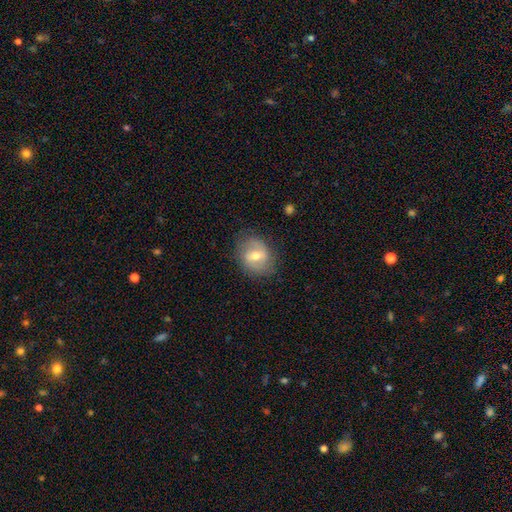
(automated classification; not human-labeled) This is possibly a featured or disk galaxy (47%). Merging: likely none (77%).